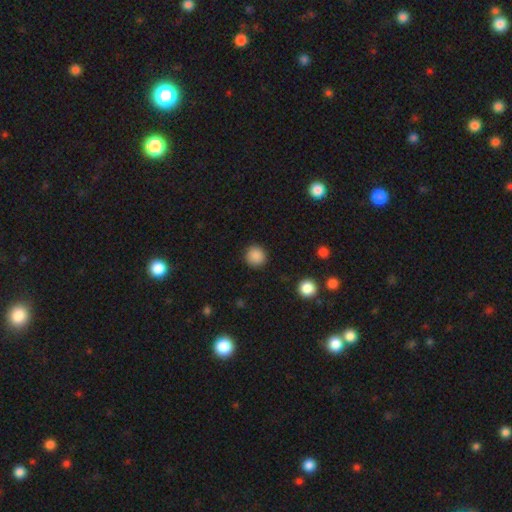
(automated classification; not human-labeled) This appears to be a smooth galaxy with no disk features (88%) that is round (93%). Merging: none (90%).